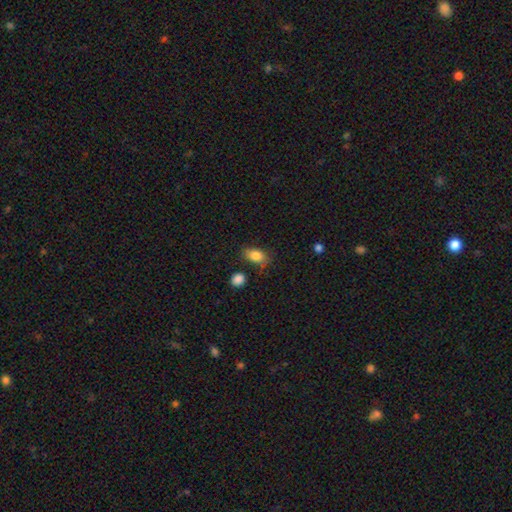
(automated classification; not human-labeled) smooth 85%, star or artifact 8%, featured or disk 7%. Down the decision tree: how rounded — in between (86%); merging — none (75%).